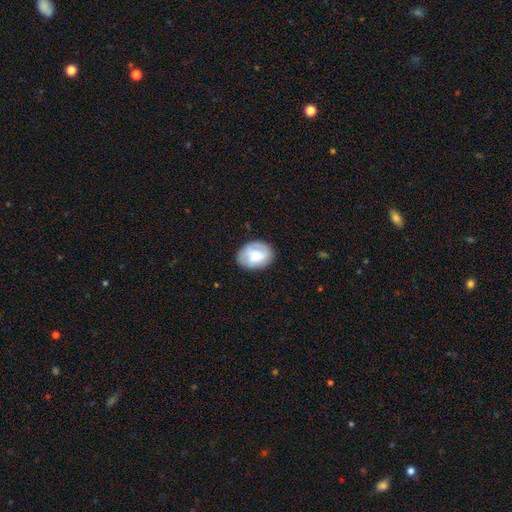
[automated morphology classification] Smooth or featured? smooth (72%)
How rounded? in between (68%)
Merging? none (78%)